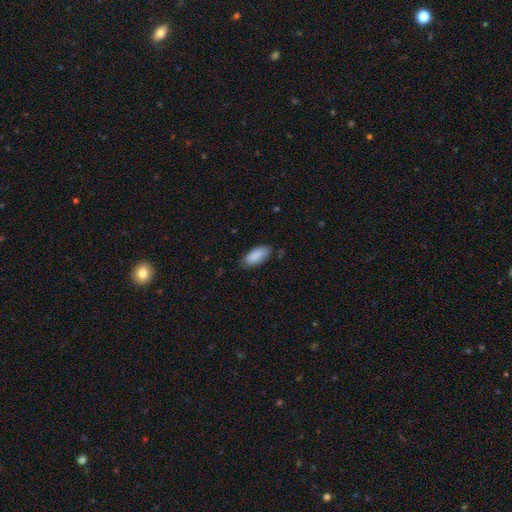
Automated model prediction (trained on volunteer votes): smooth-or-featured: smooth: 89% | star or artifact: 6% | featured or disk: 5%
  how-rounded: in between: 87% | cigar-shaped: 11% | round: 2%
  merging: none: 77% | minor disturbance: 18% | major disturbance: 3% | merger: 1%